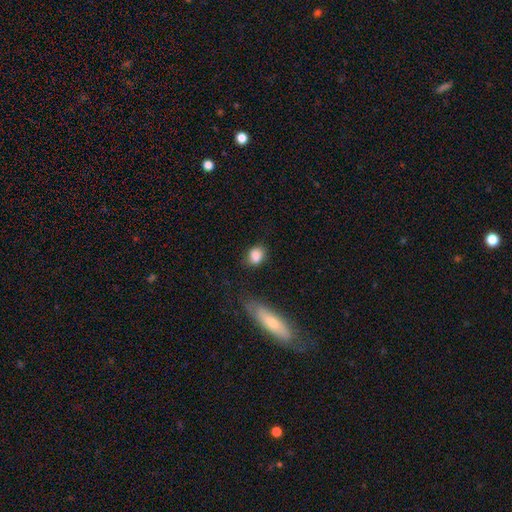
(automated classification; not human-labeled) Smooth or featured? smooth (86%)
How rounded? in between (59%)
Merging? none (65%)